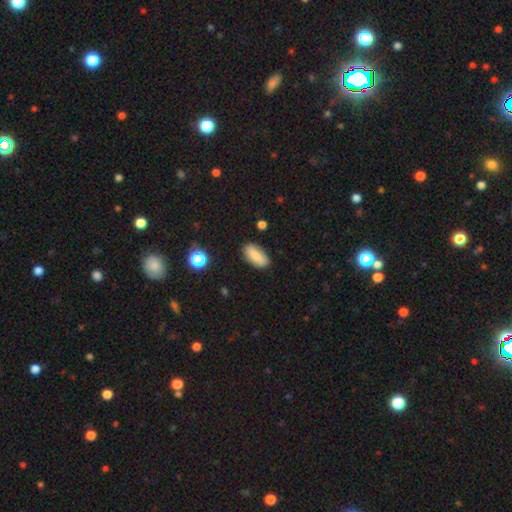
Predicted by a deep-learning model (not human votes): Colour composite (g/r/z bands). It shows a smooth galaxy with no disk features (81%) that is in between round and cigar-shaped (83%). Merging: none (83%).